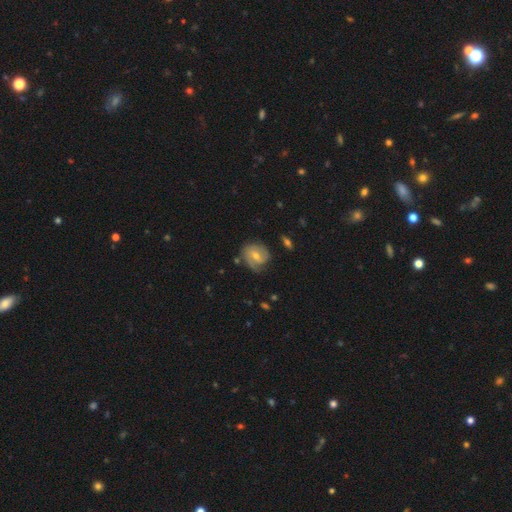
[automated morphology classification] Smooth or featured? featured or disk (74%)
Edge-on disk? no (97%)
Bar? weak (50%)
Spiral arms? yes (91%)
Spiral winding? tight (51%)
Spiral arm count? 2 (55%)
Bulge size? moderate (56%)
Merging? none (71%)